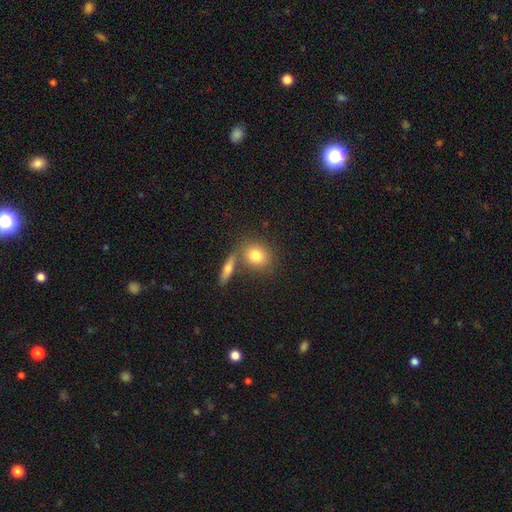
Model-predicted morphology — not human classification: Smooth or featured?
  - smooth: 78% *
  - featured or disk: 13%
  - star or artifact: 9%
How rounded?
  - round: 67% *
  - in between: 30%
  - cigar-shaped: 3%
Merging?
  - none: 62% *
  - merger: 24%
  - minor disturbance: 10%
  - major disturbance: 4%